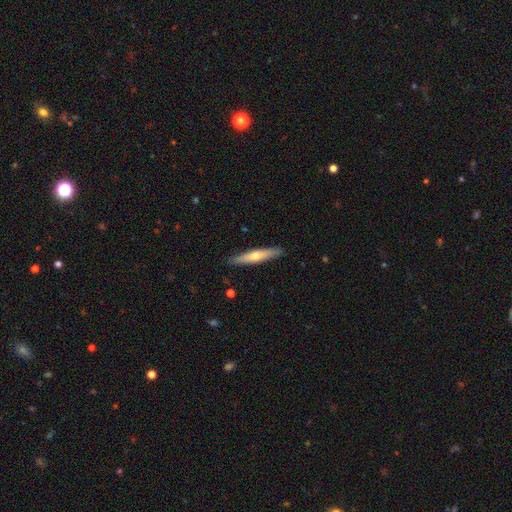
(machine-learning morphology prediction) A smooth galaxy with no disk features (52%) that is cigar-shaped (89%). Merging: none (89%).